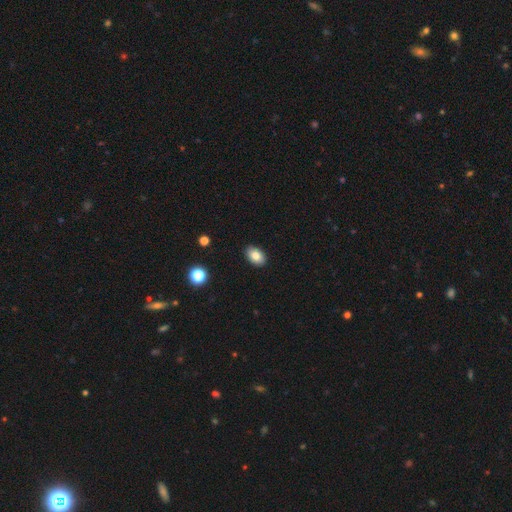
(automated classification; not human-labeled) The model was most divided on "smooth or featured": smooth: 84%, star or artifact: 8%, featured or disk: 8%. More confident: merging — none (90%); how rounded — in between (88%).